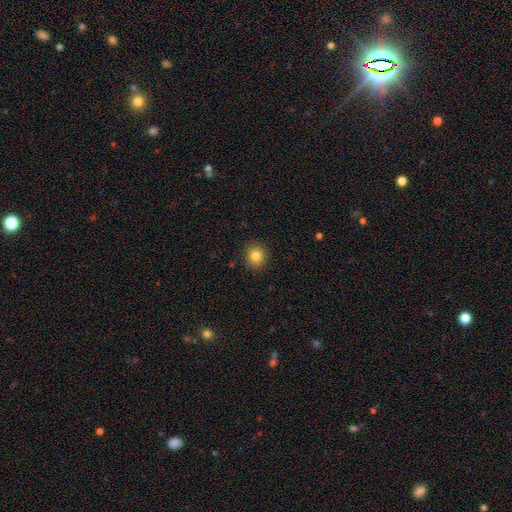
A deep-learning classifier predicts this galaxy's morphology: Smooth or featured? smooth (83%)
How rounded? round (86%)
Merging? none (90%)